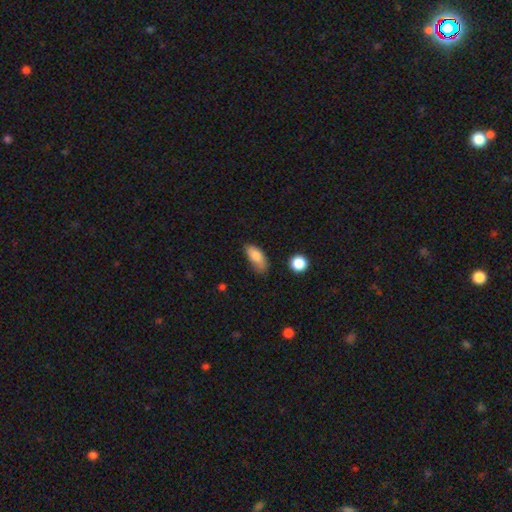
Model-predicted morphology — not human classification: type=smooth (82%); roundness=in between (84%); merging=none (55%).